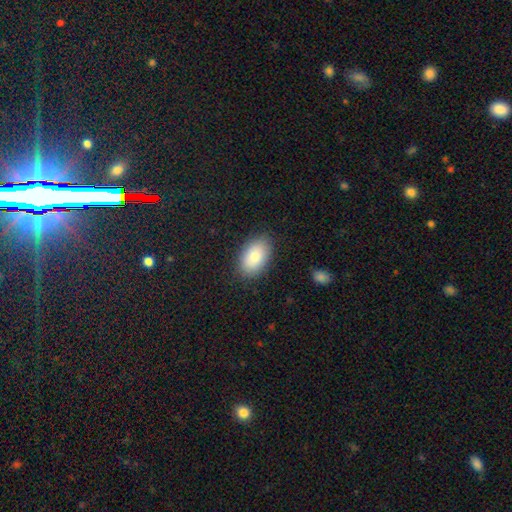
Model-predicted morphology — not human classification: smooth-or-featured: smooth: 83% | featured or disk: 10% | star or artifact: 7%
  how-rounded: in between: 92% | round: 6% | cigar-shaped: 1%
  merging: none: 86% | minor disturbance: 11% | major disturbance: 3% | merger: 1%